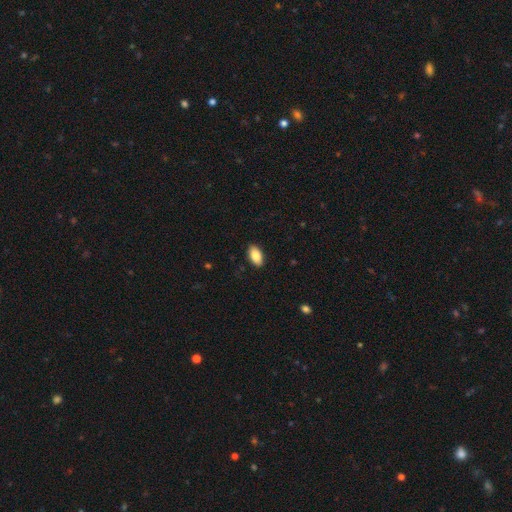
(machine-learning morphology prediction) The model was most divided on "smooth or featured": smooth: 87%, featured or disk: 7%, star or artifact: 7%. More confident: how rounded — in between (94%); merging — none (90%).